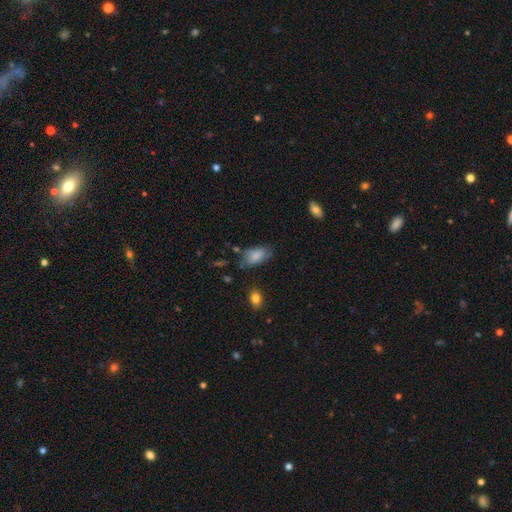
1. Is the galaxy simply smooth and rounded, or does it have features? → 85% smooth, 10% featured or disk, 5% star or artifact.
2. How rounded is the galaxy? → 97% in between, 3% round, 0% cigar-shaped.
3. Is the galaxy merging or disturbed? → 68% none, 22% minor disturbance, 11% major disturbance, 0% merger.